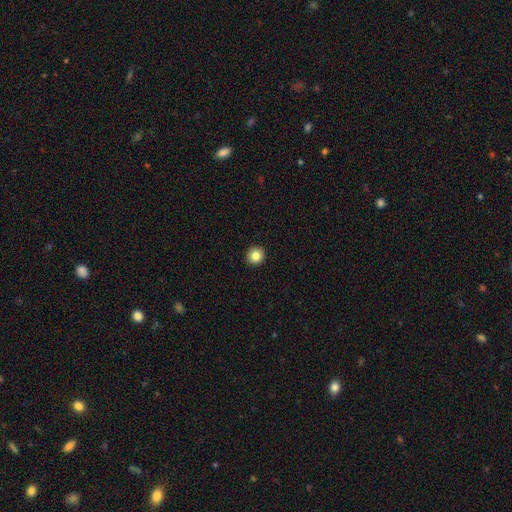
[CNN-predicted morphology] Smooth or featured? smooth (83%)
How rounded? round (93%)
Merging? none (94%)